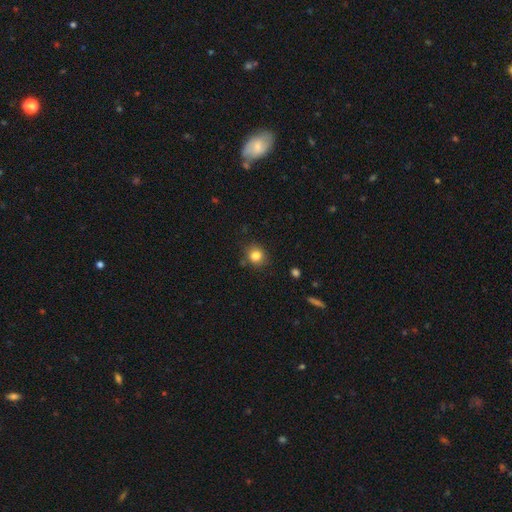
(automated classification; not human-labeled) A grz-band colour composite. It shows a smooth galaxy with no disk features (83%) that is round (83%). Merging: none (84%).